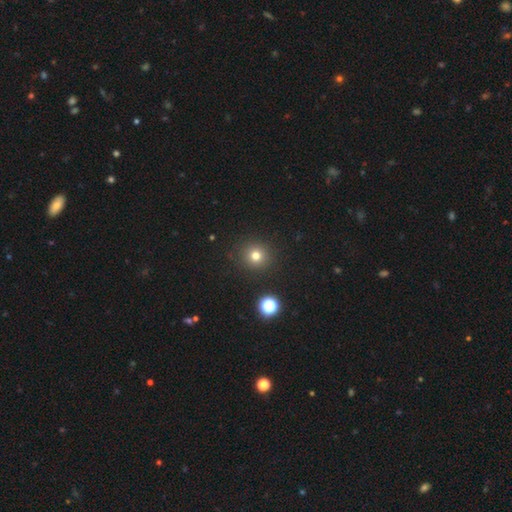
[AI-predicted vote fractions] Smooth or featured? Predicted: smooth (p=0.76). How rounded? Predicted: round (p=0.94). Merging? Predicted: none (p=0.91).